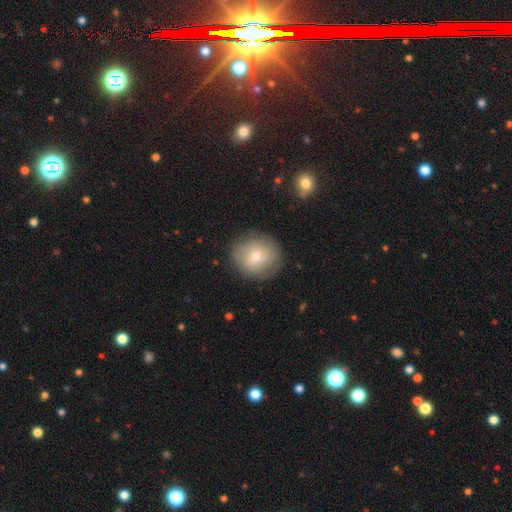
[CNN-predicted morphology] smooth-or-featured: smooth: 48% | featured or disk: 41% | star or artifact: 11%
  merging: none: 84% | minor disturbance: 11% | major disturbance: 4% | merger: 1%